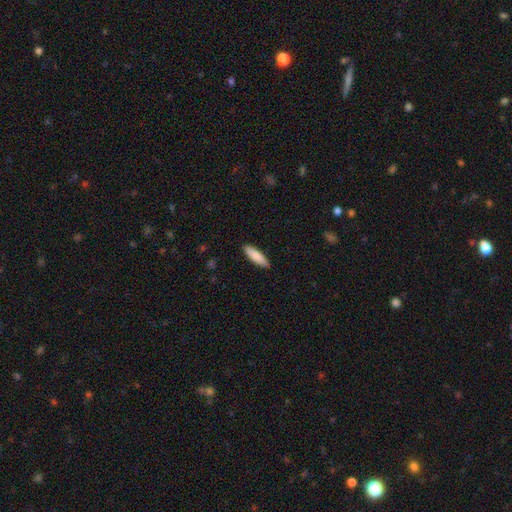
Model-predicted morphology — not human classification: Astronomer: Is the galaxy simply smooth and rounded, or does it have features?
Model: smooth — 84%.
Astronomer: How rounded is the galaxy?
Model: cigar-shaped — 64%.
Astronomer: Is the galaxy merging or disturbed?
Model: none — 89%.